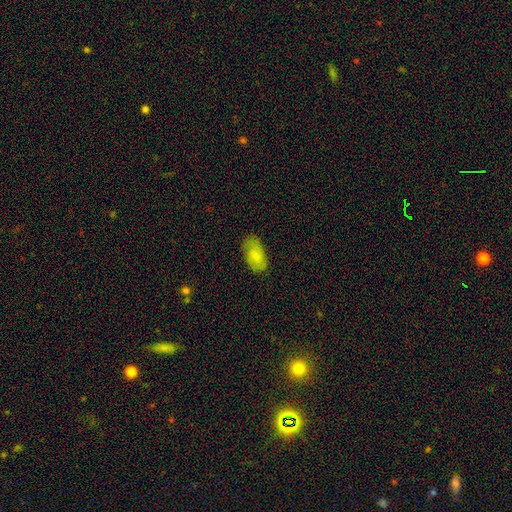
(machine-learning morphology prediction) A smooth galaxy with no disk features (72%) that is in between round and cigar-shaped (93%). Merging: none (68%).